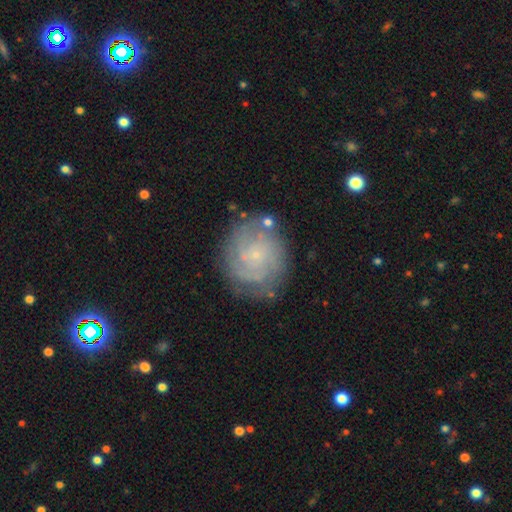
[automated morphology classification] featured or disk 76%, smooth 17%, star or artifact 8%. Down the decision tree: edge-on disk — no (98%); bar — no (77%); spiral arms — yes (92%); spiral arm count — can't tell (37%); spiral winding — tight (70%); bulge size — small (85%); merging — none (74%).